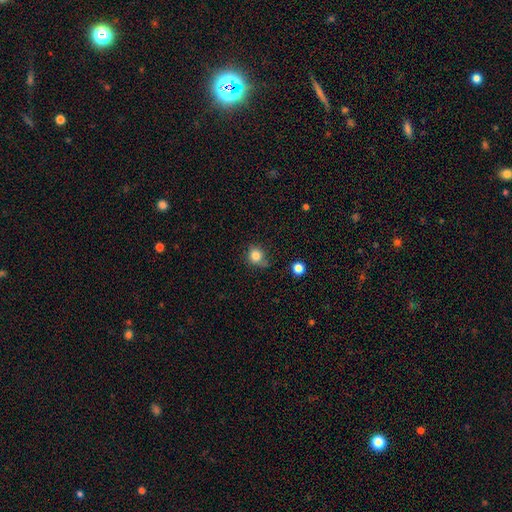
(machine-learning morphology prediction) Smooth or featured: smooth — 81% (star or artifact — 12%)
How rounded: round — 85% (in between — 14%)
Merging: none — 69% (minor disturbance — 21%)